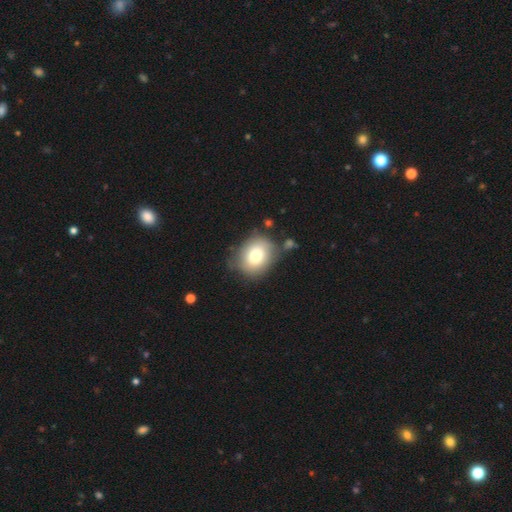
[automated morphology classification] smooth_or_featured: smooth (p=0.75) [alt: featured or disk p=0.15]
how_rounded: round (p=0.63) [alt: in between p=0.36]
merging: none (p=0.72) [alt: minor disturbance p=0.17]